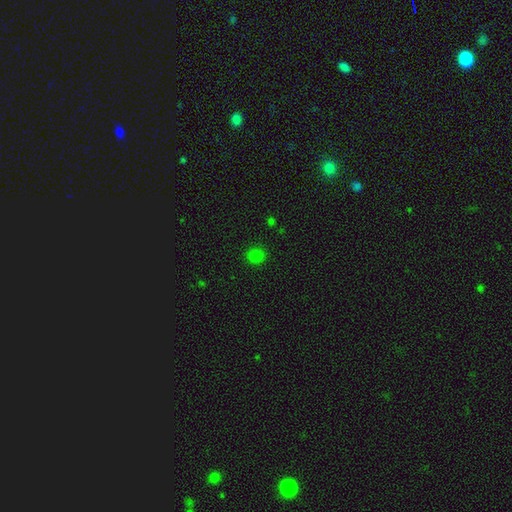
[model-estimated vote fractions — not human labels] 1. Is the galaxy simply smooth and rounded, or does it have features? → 80% smooth, 17% star or artifact, 3% featured or disk.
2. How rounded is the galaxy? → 82% round, 17% in between, 1% cigar-shaped.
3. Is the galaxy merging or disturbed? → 89% none, 7% minor disturbance, 2% major disturbance, 1% merger.